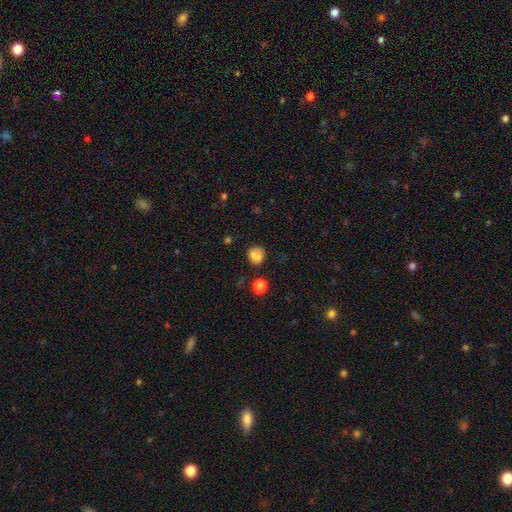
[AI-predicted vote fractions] smooth-or-featured: smooth: 73% | featured or disk: 14% | star or artifact: 12%
  how-rounded: round: 78% | in between: 21% | cigar-shaped: 1%
  merging: none: 59% | minor disturbance: 17% | merger: 16% | major disturbance: 7%